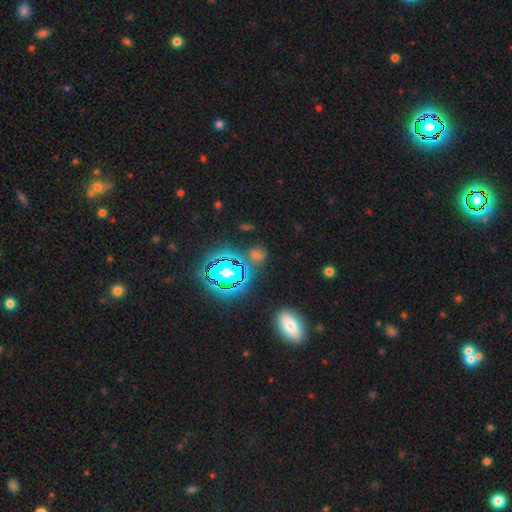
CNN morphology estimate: type=star or artifact (52%).